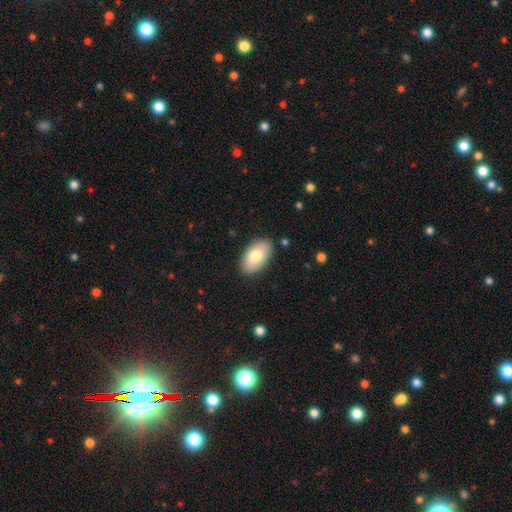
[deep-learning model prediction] smooth-or-featured: smooth: 73% | featured or disk: 21% | star or artifact: 6%
  how-rounded: in between: 95% | round: 4% | cigar-shaped: 2%
  merging: none: 86% | minor disturbance: 10% | major disturbance: 2% | merger: 1%